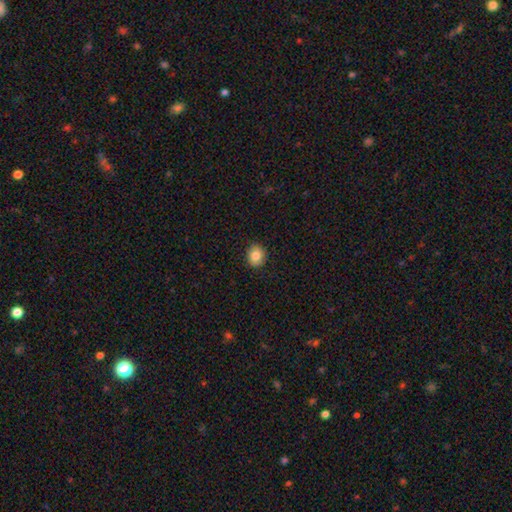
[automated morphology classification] This appears to be a smooth galaxy with no disk features (84%) that is round (71%). Merging: none (90%).